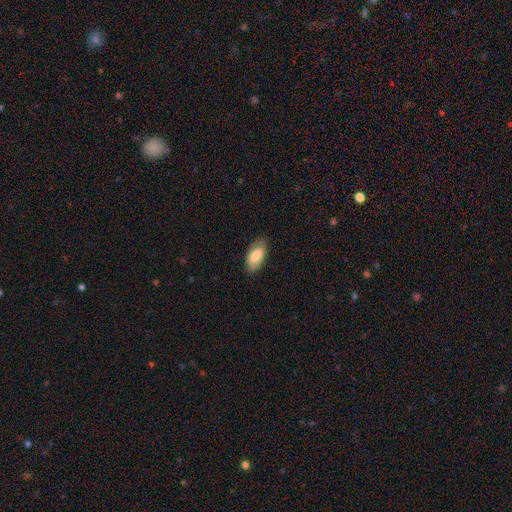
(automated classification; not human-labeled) This is likely a smooth galaxy (73%). How rounded: clearly in between (91%). Merging: likely none (79%).